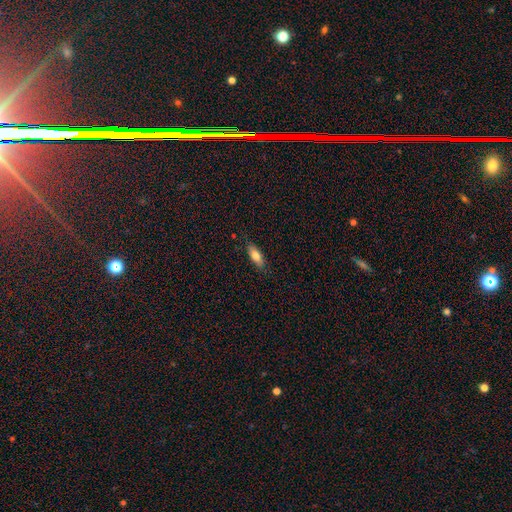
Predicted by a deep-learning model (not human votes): smooth-or-featured: smooth: 77% | featured or disk: 17% | star or artifact: 7%
  how-rounded: in between: 71% | cigar-shaped: 27% | round: 2%
  merging: none: 84% | minor disturbance: 13% | major disturbance: 2% | merger: 1%